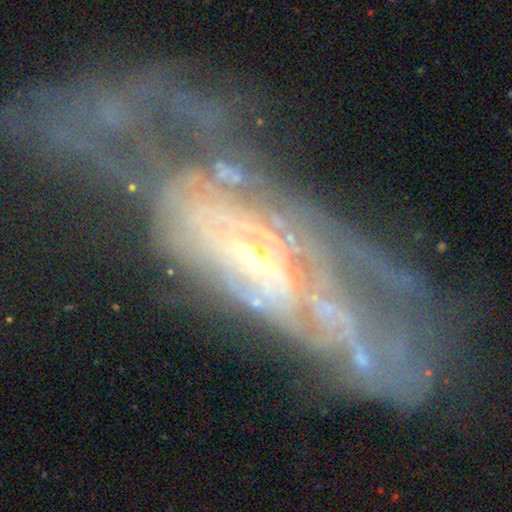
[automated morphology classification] type=featured or disk (79%); edge-on=no (89%); bar=no (53%); spiral arms=yes (73%); winding=tight (53%); arm count=can't tell (48%); bulge=small (58%); merging=major disturbance (36%).